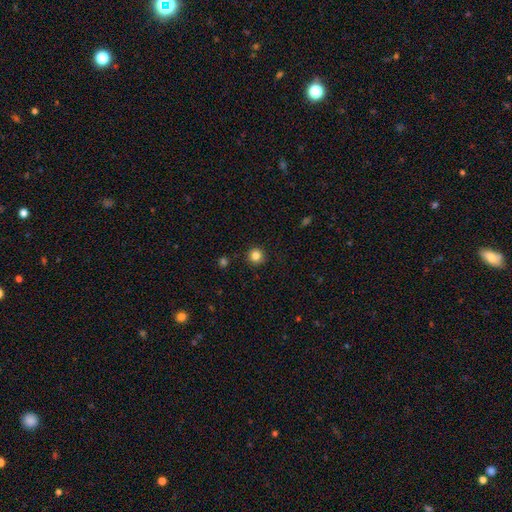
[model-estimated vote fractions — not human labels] Smooth or featured? Predicted: smooth (p=0.84). How rounded? Predicted: round (p=0.95). Merging? Predicted: none (p=0.92).